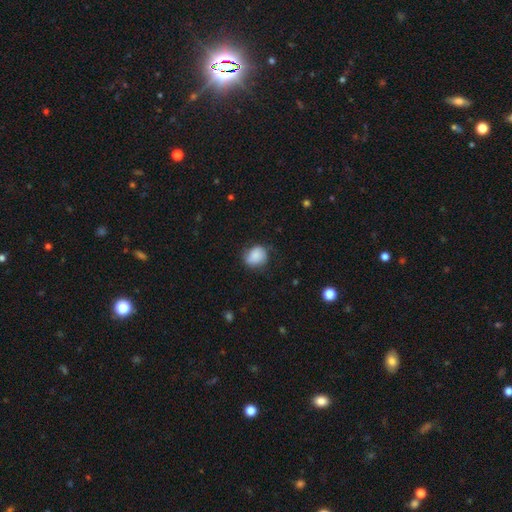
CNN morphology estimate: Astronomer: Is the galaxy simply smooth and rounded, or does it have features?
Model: smooth — 77%.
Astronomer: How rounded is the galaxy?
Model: round — 63%.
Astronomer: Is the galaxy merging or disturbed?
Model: none — 62%.